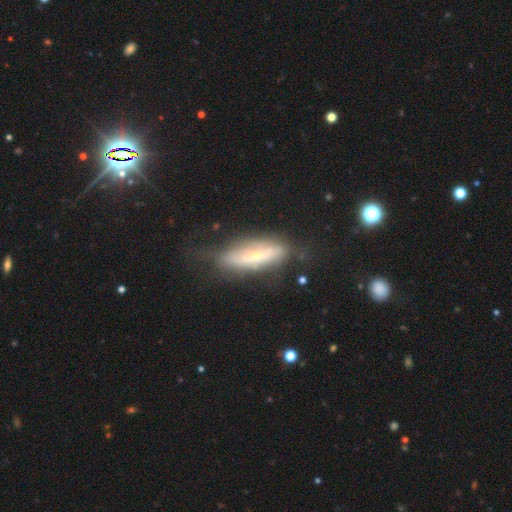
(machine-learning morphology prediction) Smooth or featured? Predicted: featured or disk (p=0.59). Edge-on disk? Predicted: yes (p=0.53). Merging? Predicted: none (p=0.58).